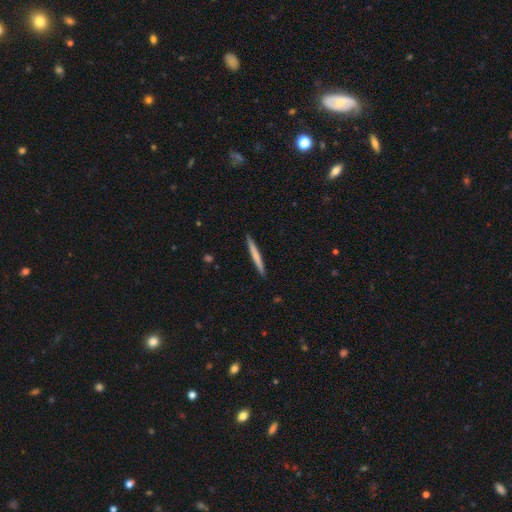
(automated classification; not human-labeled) Morphology: type=smooth (65%); roundness=cigar-shaped (97%); merging=none (92%).